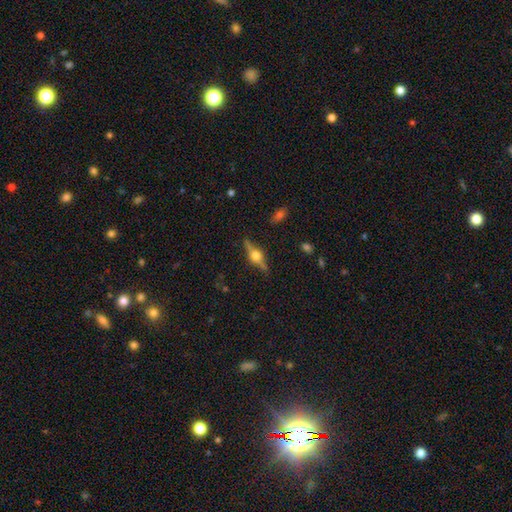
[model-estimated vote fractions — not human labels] smooth_or_featured: featured or disk (p=0.74) [alt: smooth p=0.18]
disk_edge_on: yes (p=0.96) [alt: no p=0.04]
edge_on_bulge: rounded (p=0.94) [alt: boxy p=0.05]
merging: none (p=0.86) [alt: minor disturbance p=0.10]